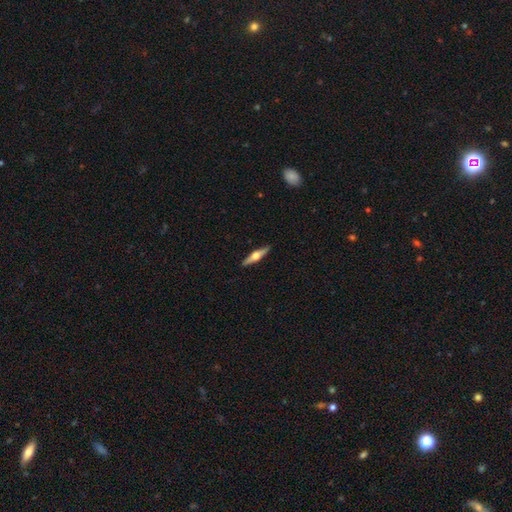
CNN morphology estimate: A featured or disk galaxy (68%) viewed edge-on (97%) with a rounded central bulge (93%).

Vote fractions:
- Smooth or featured? featured or disk: 68% / smooth: 27% / star or artifact: 5%
- Edge-on disk? yes: 97% / no: 3%
- Edge-on bulge? rounded: 93% / boxy: 5% / none: 2%
- Merging? none: 91% / minor disturbance: 7% / major disturbance: 1% / merger: 1%